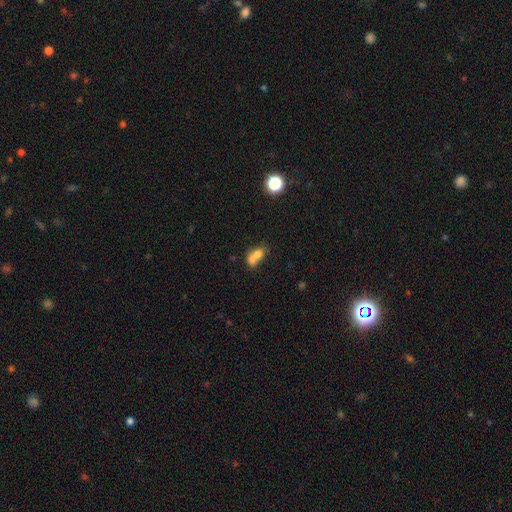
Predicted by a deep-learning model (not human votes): This is likely a smooth galaxy (69%). How rounded: possibly round (55%). Merging: likely merger (71%).